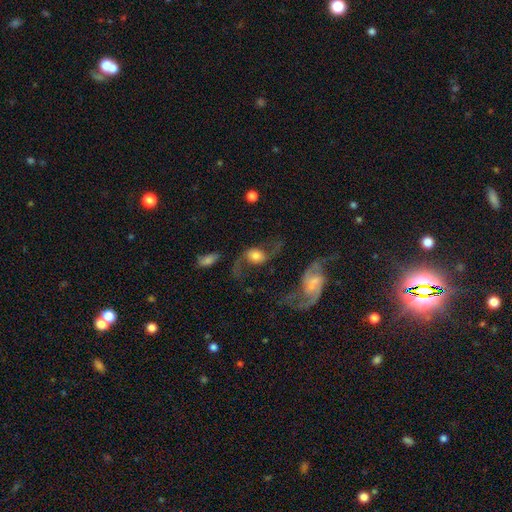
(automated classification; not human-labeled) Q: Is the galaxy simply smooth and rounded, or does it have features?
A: featured or disk — 72%.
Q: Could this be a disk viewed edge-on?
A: no — 95%.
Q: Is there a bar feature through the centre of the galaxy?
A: no — 57%.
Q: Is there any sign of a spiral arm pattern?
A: yes — 92%.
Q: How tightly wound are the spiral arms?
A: loose — 83%.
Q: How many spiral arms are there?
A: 2 — 91%.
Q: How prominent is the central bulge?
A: moderate — 39%.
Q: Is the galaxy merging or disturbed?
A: none — 49%.